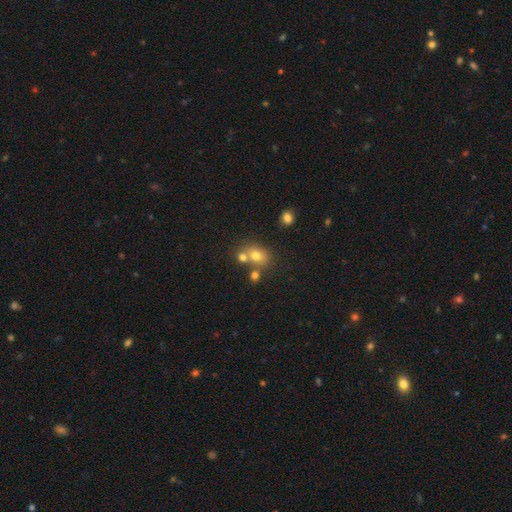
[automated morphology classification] Smooth or featured? Predicted: smooth (p=0.71). How rounded? Predicted: round (p=0.54). Merging? Predicted: none (p=0.51).